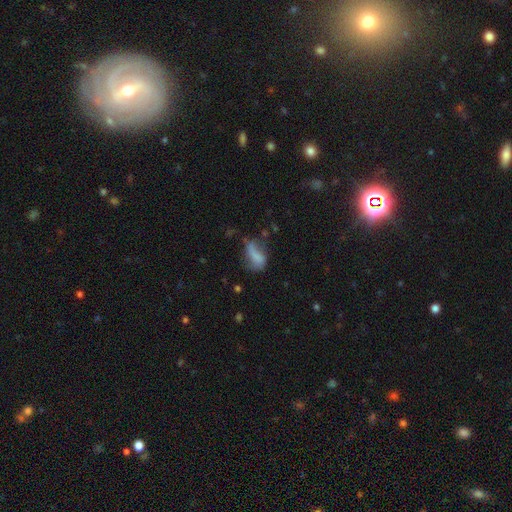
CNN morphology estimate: Smooth or featured? smooth (62%)
How rounded? in between (82%)
Merging? major disturbance (35%)